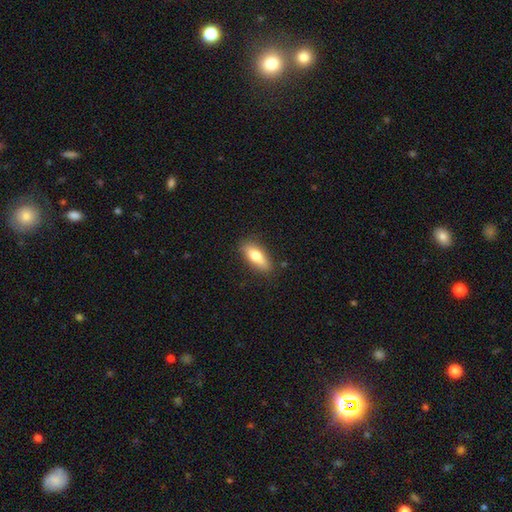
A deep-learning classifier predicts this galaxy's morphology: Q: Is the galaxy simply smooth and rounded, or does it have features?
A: smooth — 71%.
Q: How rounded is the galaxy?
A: in between — 69%.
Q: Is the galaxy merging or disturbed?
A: none — 81%.